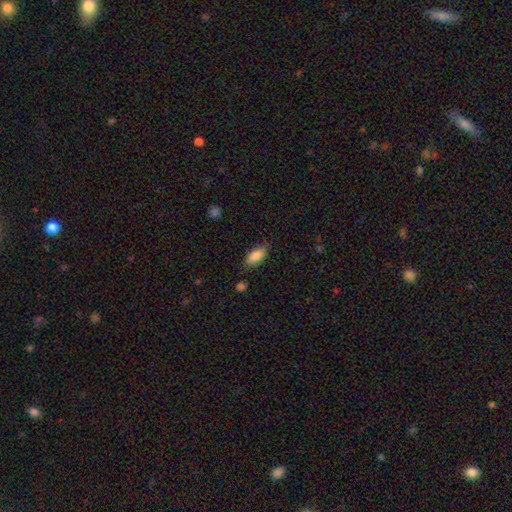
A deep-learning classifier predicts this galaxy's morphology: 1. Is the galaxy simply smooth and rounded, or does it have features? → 85% smooth, 8% featured or disk, 7% star or artifact.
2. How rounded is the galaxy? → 83% in between, 15% cigar-shaped, 2% round.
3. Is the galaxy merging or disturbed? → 77% none, 18% minor disturbance, 4% major disturbance, 2% merger.